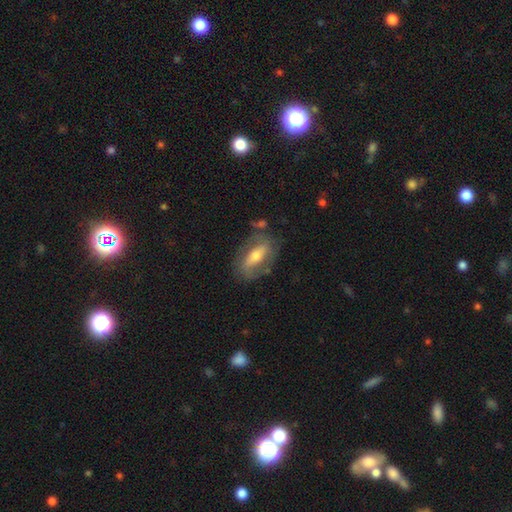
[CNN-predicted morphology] smooth-or-featured: featured or disk: 64% | smooth: 29% | star or artifact: 7%
  disk-edge-on: no: 82% | yes: 18%
    bar: strong: 50% | weak: 27% | no: 23%
    has-spiral-arms: yes: 61% | no: 39%
    bulge-size: moderate: 65% | small: 24% | large: 9% | dominant: 1% | none: 1%
  merging: none: 70% | minor disturbance: 18% | major disturbance: 9% | merger: 4%